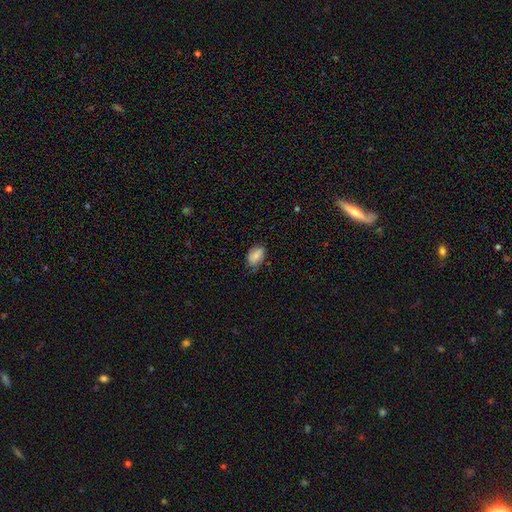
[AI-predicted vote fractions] Morphology: type=smooth (75%); roundness=in between (84%); merging=none (68%).